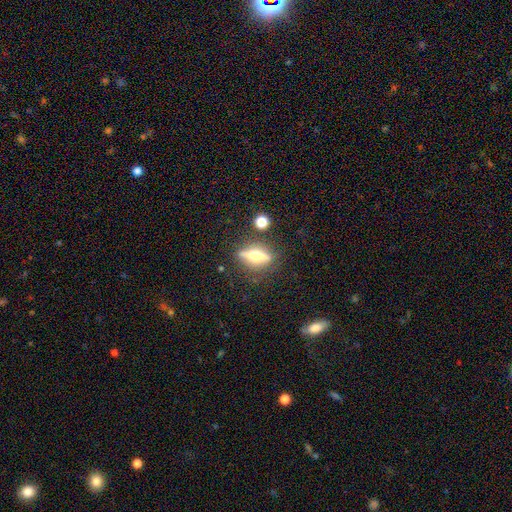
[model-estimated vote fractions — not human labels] A featured or disk galaxy (61%) viewed edge-on (89%) with a rounded central bulge (92%). Merging: none (80%).